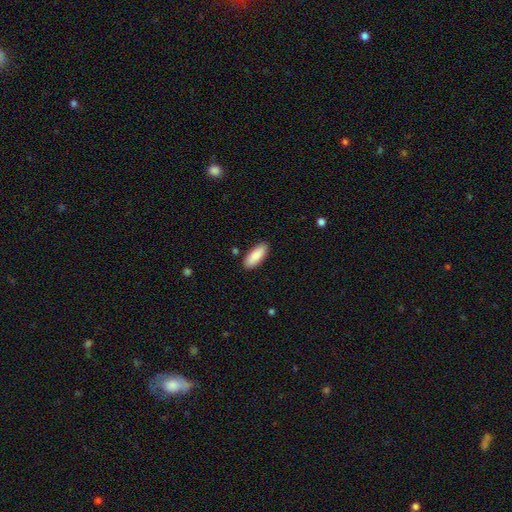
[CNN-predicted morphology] smooth-or-featured: smooth: 89% | star or artifact: 6% | featured or disk: 6%
  how-rounded: in between: 76% | cigar-shaped: 22% | round: 2%
  merging: none: 88% | minor disturbance: 9% | major disturbance: 2% | merger: 2%